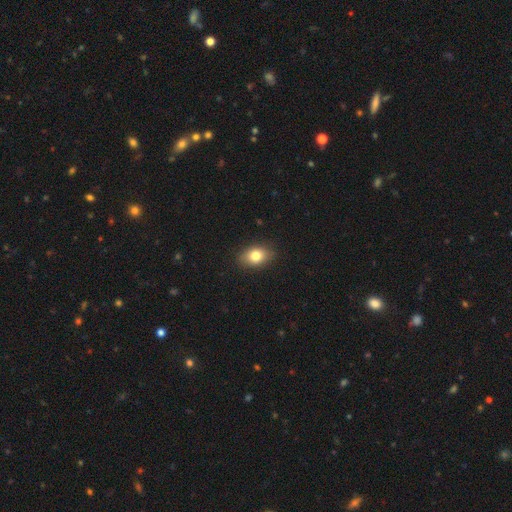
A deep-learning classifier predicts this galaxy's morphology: A smooth galaxy with no disk features (80%) that is in between round and cigar-shaped (77%). Merging: none (87%).